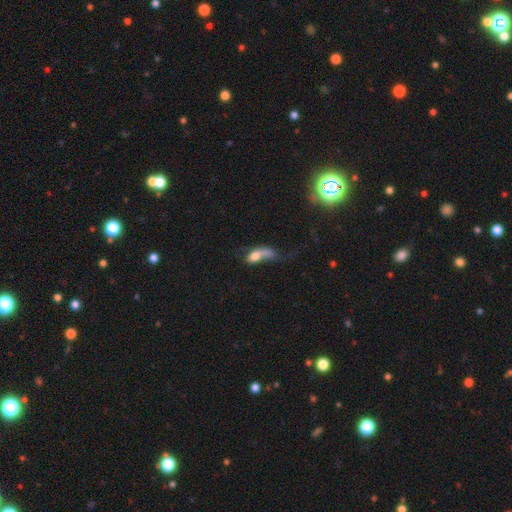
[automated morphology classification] Smooth or featured: smooth — 63% (featured or disk — 27%)
How rounded: in between — 76% (cigar-shaped — 13%)
Merging: major disturbance — 37% (merger — 35%)